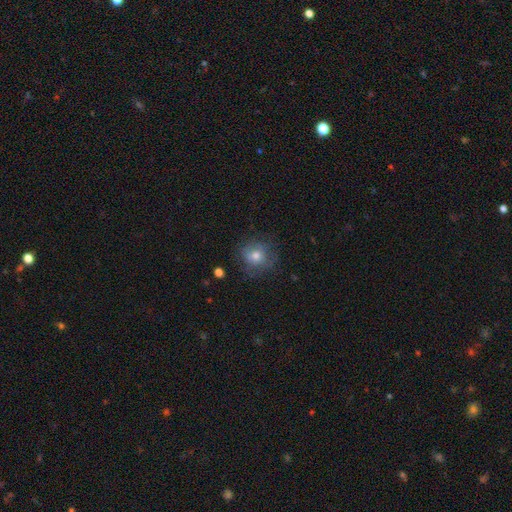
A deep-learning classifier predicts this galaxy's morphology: This is likely a smooth galaxy (60%). How rounded: clearly round (85%). Merging: likely none (70%).